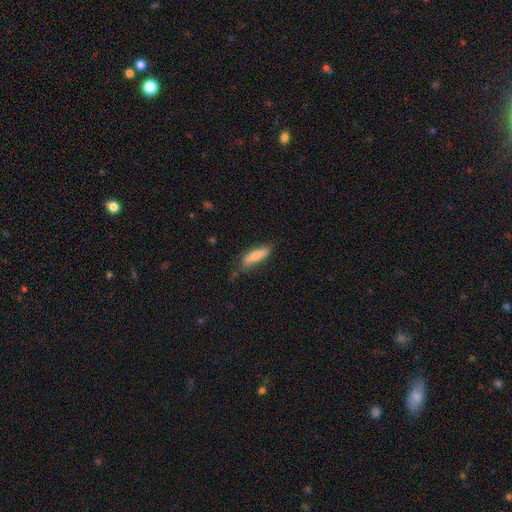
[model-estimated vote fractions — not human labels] Overall: smooth (74%). How rounded: in between (53%; cigar-shaped 45%). Merging: none (64%; minor disturbance 27%).